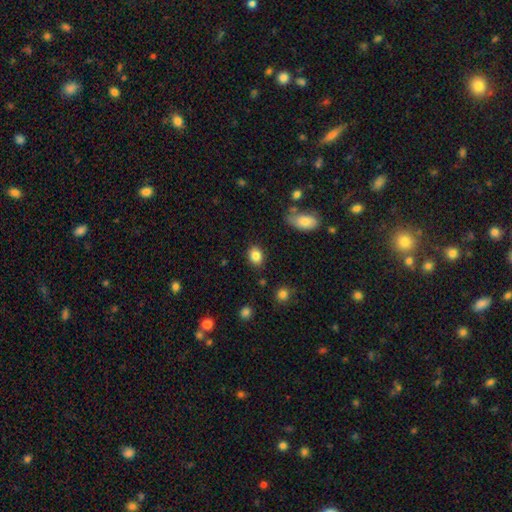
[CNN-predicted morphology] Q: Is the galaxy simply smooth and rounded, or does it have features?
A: smooth — 85%.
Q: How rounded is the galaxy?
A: in between — 64%.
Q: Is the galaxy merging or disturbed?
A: none — 86%.